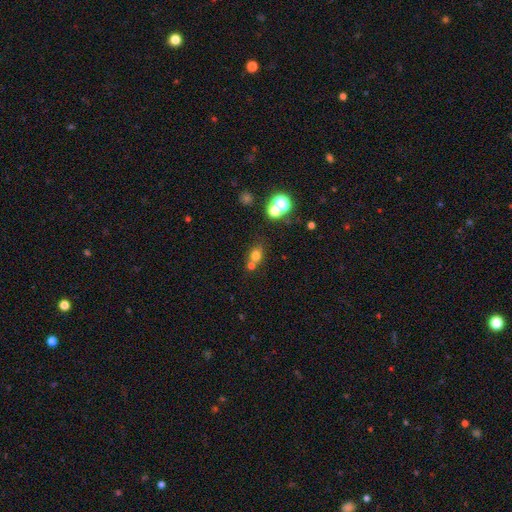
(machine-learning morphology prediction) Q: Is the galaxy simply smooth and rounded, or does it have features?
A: smooth — 70%.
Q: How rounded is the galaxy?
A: round — 68%.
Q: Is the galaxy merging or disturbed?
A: none — 54%.